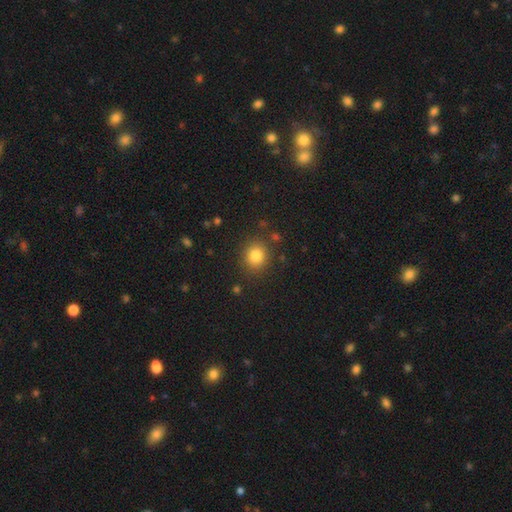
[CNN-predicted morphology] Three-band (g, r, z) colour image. It shows a smooth galaxy with no disk features (84%) that is round (80%). Merging: none (86%).